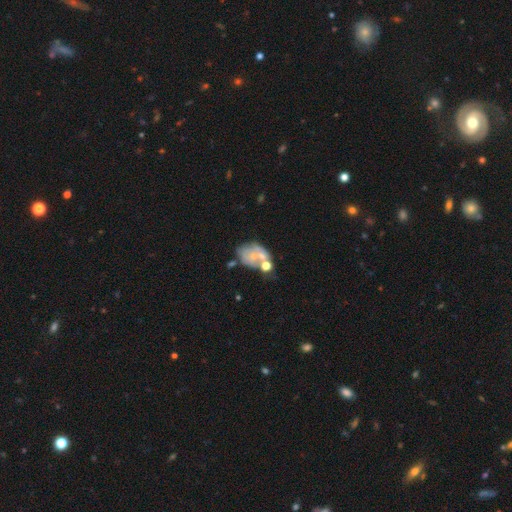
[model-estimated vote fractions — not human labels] Overall: featured or disk (53%; smooth 35%). Edge-on disk: no (97%). Bar: no (88%). Spiral arms: no (76%). Bulge size: small (43%; none 39%). Merging: none (33%; merger 27%).